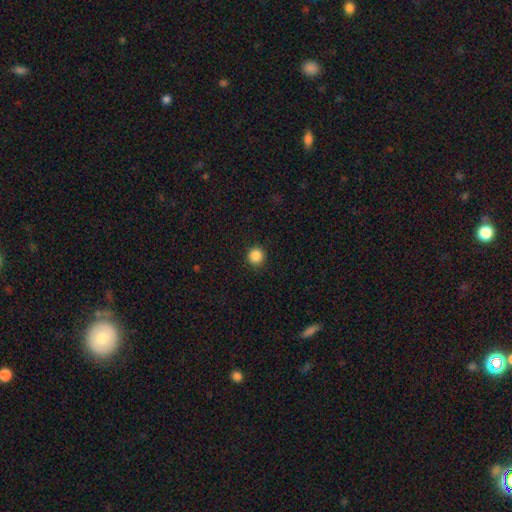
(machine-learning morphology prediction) Smooth or featured: smooth — 87% (star or artifact — 10%)
How rounded: round — 94% (in between — 5%)
Merging: none — 92% (minor disturbance — 5%)